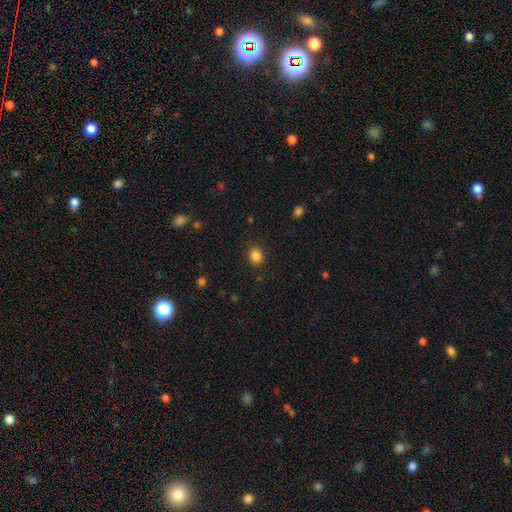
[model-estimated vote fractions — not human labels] Q: Smooth or featured?
A: smooth (85%); runner-up: star or artifact (11%)
Q: How rounded?
A: round (63%); runner-up: in between (36%)
Q: Merging?
A: none (87%); runner-up: minor disturbance (9%)